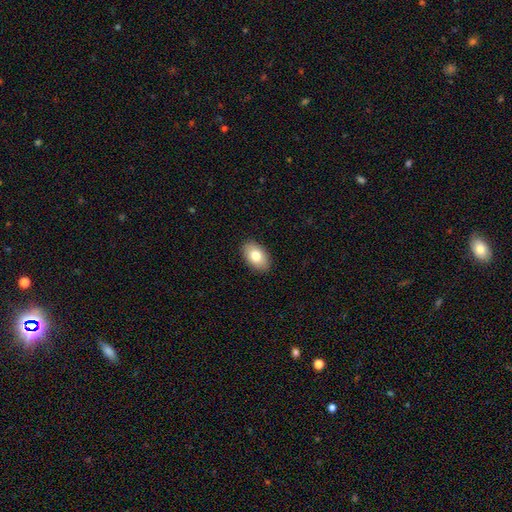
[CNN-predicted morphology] Smooth or featured? Predicted: smooth (p=0.79). How rounded? Predicted: in between (p=0.92). Merging? Predicted: none (p=0.89).